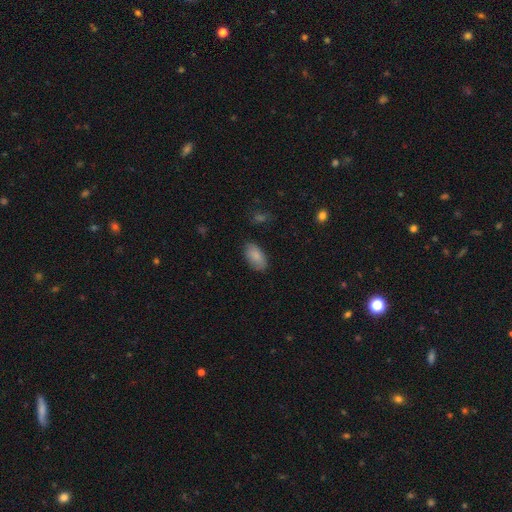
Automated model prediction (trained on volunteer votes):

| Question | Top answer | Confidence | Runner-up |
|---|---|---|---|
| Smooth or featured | smooth | 86% | featured or disk (7%) |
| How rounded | in between | 94% | round (3%) |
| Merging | none | 84% | minor disturbance (12%) |